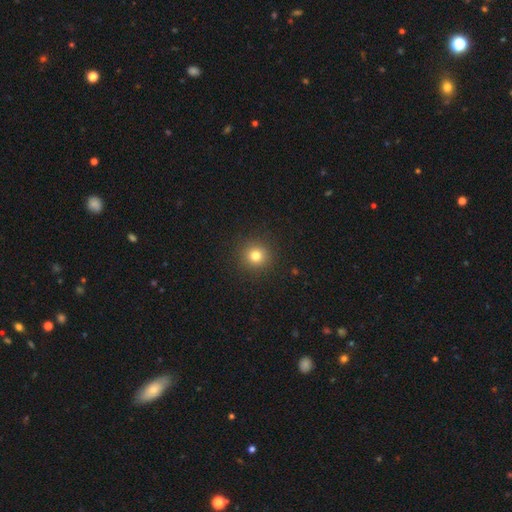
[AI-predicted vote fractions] A smooth galaxy with no disk features (79%) that is round (94%).

Vote fractions:
- Smooth or featured? smooth: 79% / star or artifact: 14% / featured or disk: 7%
- How rounded? round: 94% / in between: 5% / cigar-shaped: 1%
- Merging? none: 92% / minor disturbance: 5% / major disturbance: 2% / merger: 1%